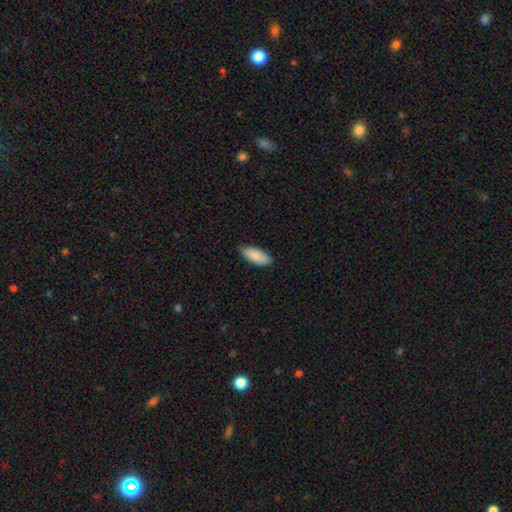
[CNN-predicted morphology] This is clearly a smooth galaxy (89%). How rounded: clearly in between (84%). Merging: clearly none (85%).